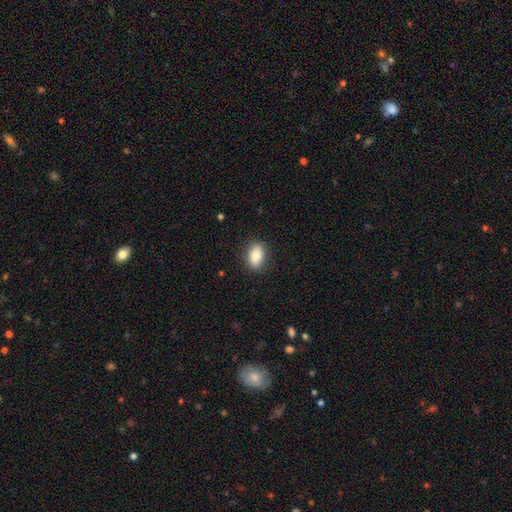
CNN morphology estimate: Q: Smooth or featured?
A: smooth (82%); runner-up: featured or disk (11%)
Q: How rounded?
A: in between (86%); runner-up: round (11%)
Q: Merging?
A: none (86%); runner-up: minor disturbance (10%)